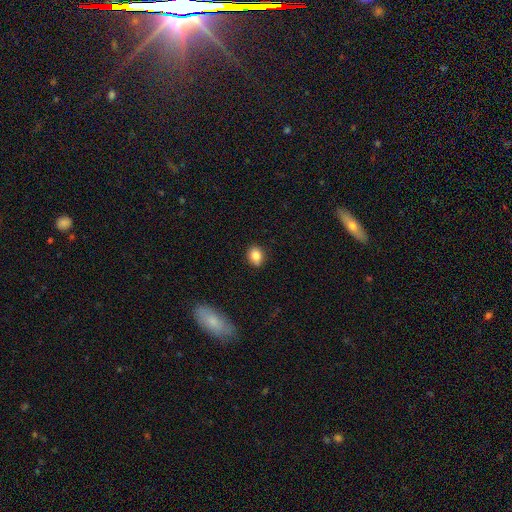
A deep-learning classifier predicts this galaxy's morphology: smooth 84%, star or artifact 9%, featured or disk 7%. Down the decision tree: how rounded — in between (50%); merging — none (85%).